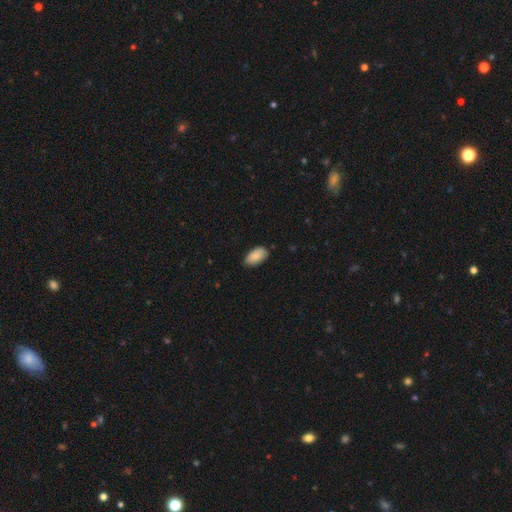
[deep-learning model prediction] Morphology: type=smooth (88%); roundness=in between (95%); merging=none (78%).